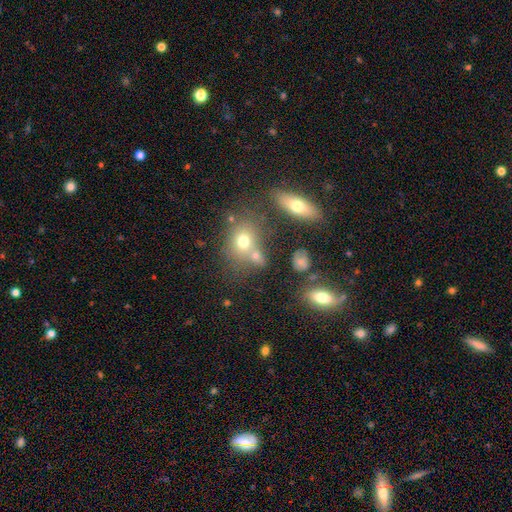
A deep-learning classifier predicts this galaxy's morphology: smooth 67%, star or artifact 18%, featured or disk 15%. Down the decision tree: how rounded — round (53%); merging — none (49%).